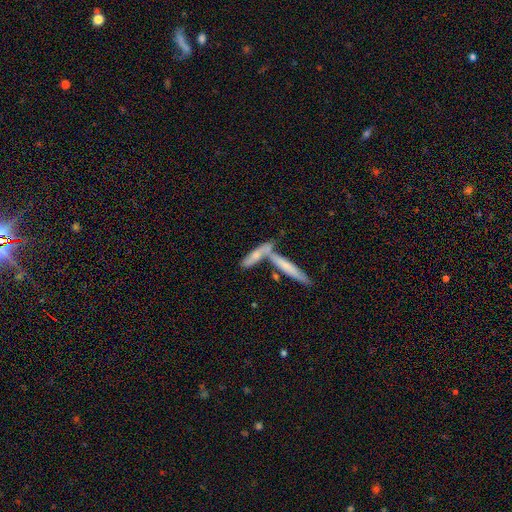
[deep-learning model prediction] smooth_or_featured: smooth (p=0.56) [alt: featured or disk p=0.36]
how_rounded: cigar-shaped (p=0.78) [alt: in between p=0.20]
merging: merger (p=0.47) [alt: none p=0.38]